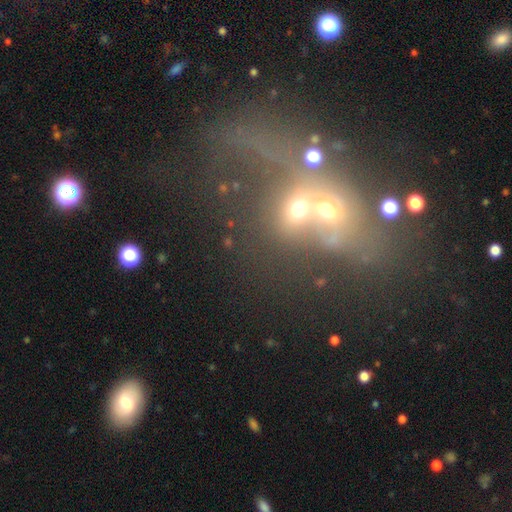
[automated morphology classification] Smooth or featured: smooth — 34% (star or artifact — 33%)
Merging: merger — 62% (none — 18%)